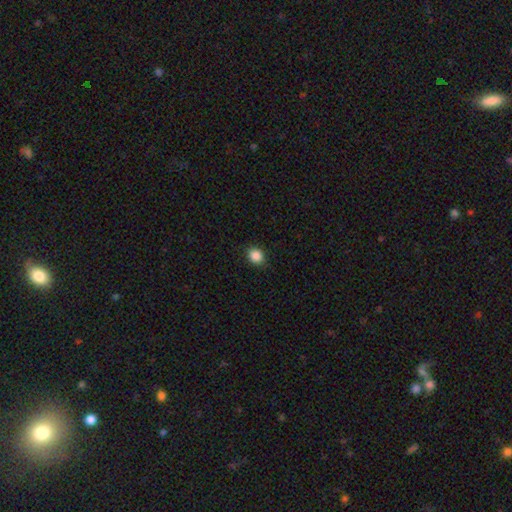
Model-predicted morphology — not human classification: Smooth or featured?
  - smooth: 87% *
  - star or artifact: 10%
  - featured or disk: 3%
How rounded?
  - round: 69% *
  - in between: 30%
  - cigar-shaped: 1%
Merging?
  - none: 89% *
  - minor disturbance: 8%
  - major disturbance: 2%
  - merger: 1%